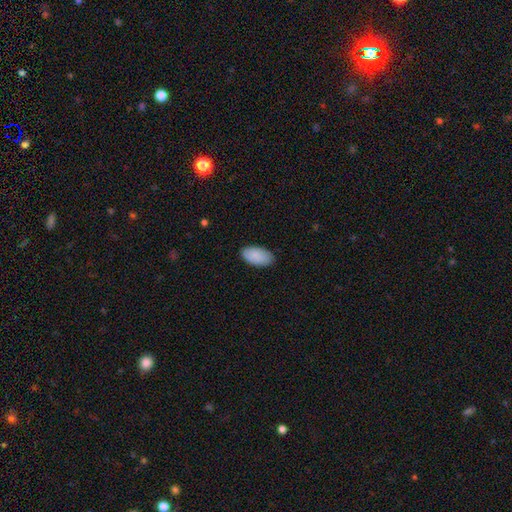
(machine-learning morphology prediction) smooth-or-featured: smooth: 89% | star or artifact: 6% | featured or disk: 5%
  how-rounded: in between: 96% | round: 2% | cigar-shaped: 2%
  merging: none: 84% | minor disturbance: 13% | major disturbance: 2% | merger: 1%